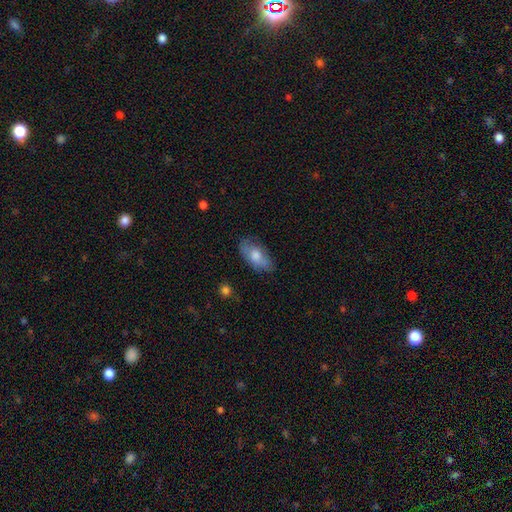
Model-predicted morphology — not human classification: smooth_or_featured: smooth (p=0.65) [alt: featured or disk p=0.27]
how_rounded: in between (p=0.89) [alt: cigar-shaped p=0.06]
merging: none (p=0.73) [alt: minor disturbance p=0.20]